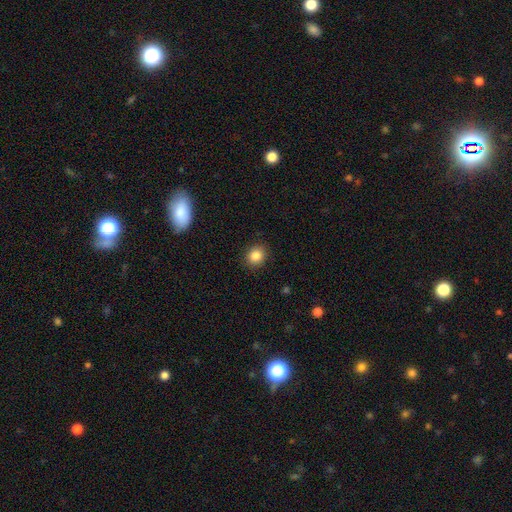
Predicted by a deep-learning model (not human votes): This is clearly a smooth galaxy (85%). How rounded: likely round (73%). Merging: clearly none (90%).